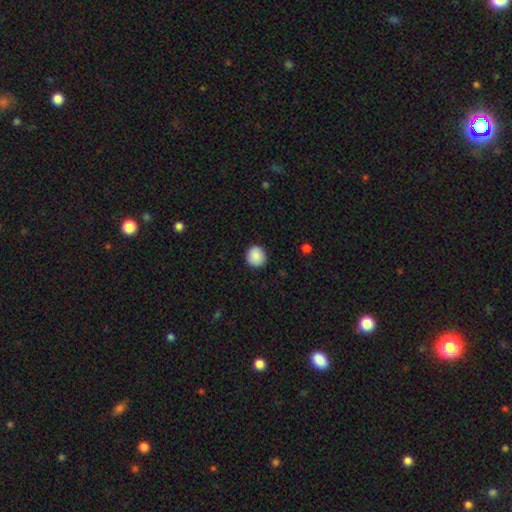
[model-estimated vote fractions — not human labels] A smooth galaxy with no disk features (89%) that is round (91%).

Vote fractions:
- Smooth or featured? smooth: 89% / star or artifact: 8% / featured or disk: 3%
- How rounded? round: 91% / in between: 8% / cigar-shaped: 1%
- Merging? none: 91% / minor disturbance: 6% / major disturbance: 2% / merger: 1%